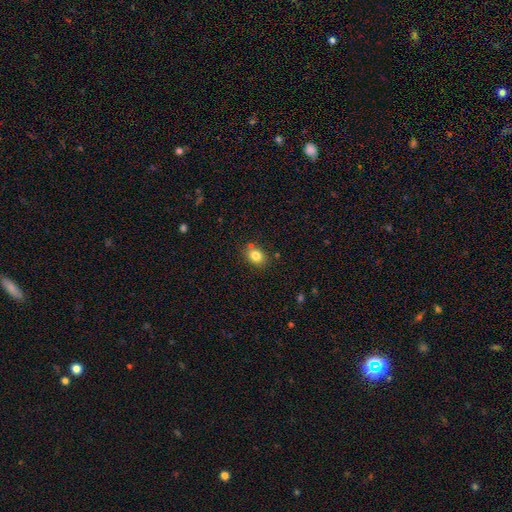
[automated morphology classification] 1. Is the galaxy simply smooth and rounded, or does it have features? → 81% smooth, 11% star or artifact, 8% featured or disk.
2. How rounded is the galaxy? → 53% in between, 46% round, 1% cigar-shaped.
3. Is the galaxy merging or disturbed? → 79% none, 12% minor disturbance, 6% merger, 3% major disturbance.